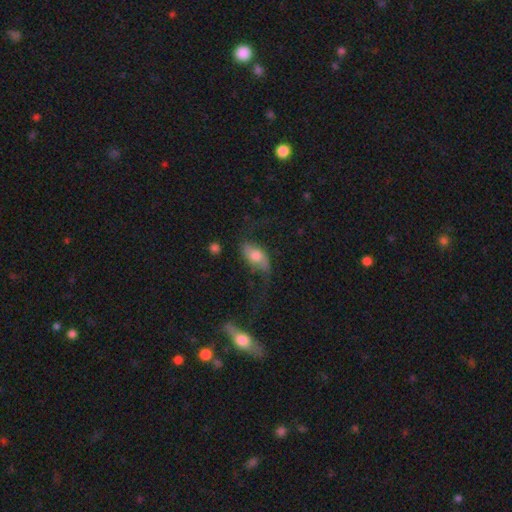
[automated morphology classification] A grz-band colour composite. It shows a featured or disk galaxy (50%). Merging: none (47%).